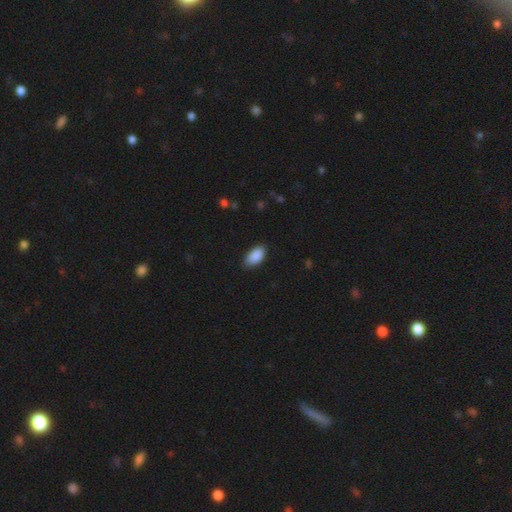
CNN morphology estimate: A smooth galaxy with no disk features (90%) that is in between round and cigar-shaped (95%). Merging: none (85%).